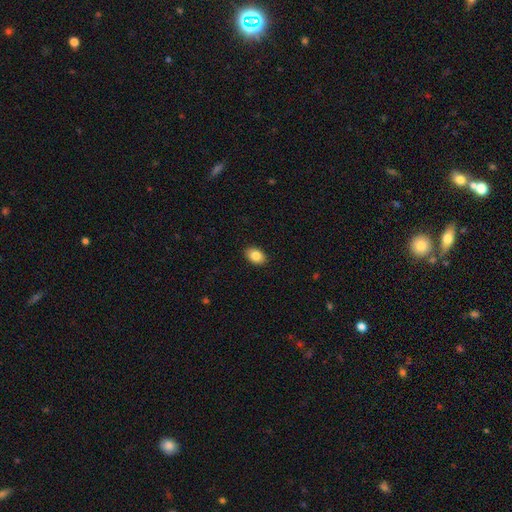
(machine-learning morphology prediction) smooth-or-featured: smooth: 86% | star or artifact: 8% | featured or disk: 6%
  how-rounded: in between: 82% | round: 17% | cigar-shaped: 1%
  merging: none: 90% | minor disturbance: 7% | major disturbance: 2% | merger: 1%